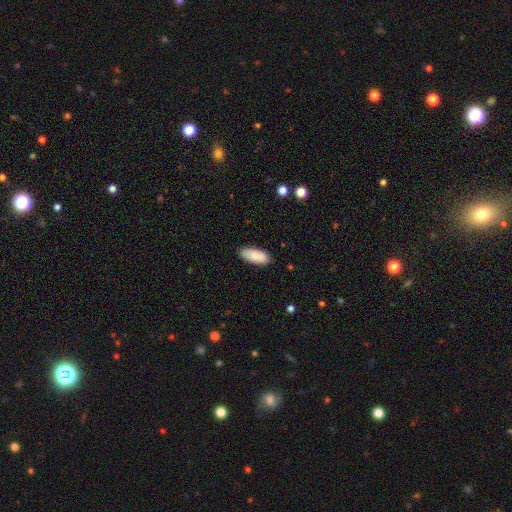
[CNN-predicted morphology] Smooth or featured: smooth — 88% (star or artifact — 6%)
How rounded: in between — 86% (cigar-shaped — 13%)
Merging: none — 86% (minor disturbance — 11%)